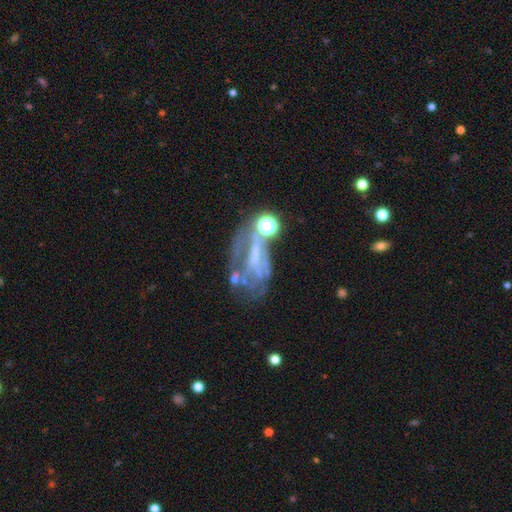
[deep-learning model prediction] Smooth or featured? featured or disk (62%)
Edge-on disk? no (93%)
Bar? no (59%)
Spiral arms? no (69%)
Bulge size? none (56%)
Merging? none (33%)